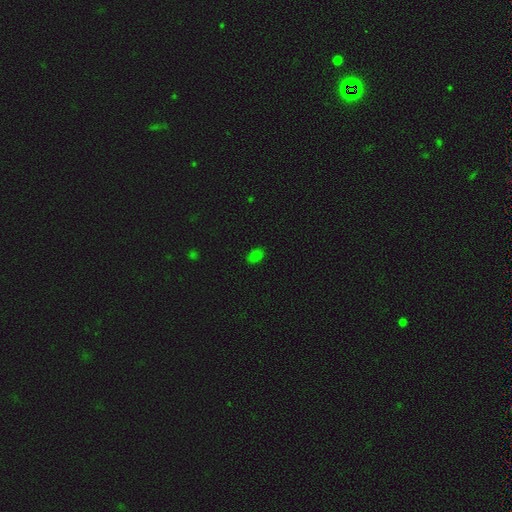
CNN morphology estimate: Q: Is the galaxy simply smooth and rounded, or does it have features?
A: smooth — 77%.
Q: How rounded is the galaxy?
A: in between — 88%.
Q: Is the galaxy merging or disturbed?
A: none — 84%.